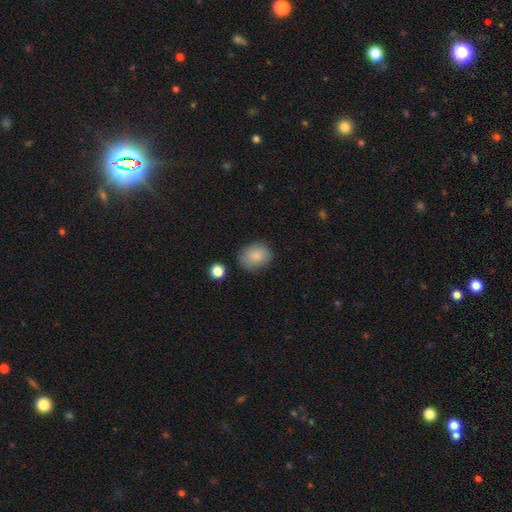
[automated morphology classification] This is clearly a smooth galaxy (85%). How rounded: possibly in between (51%). Merging: likely none (78%).